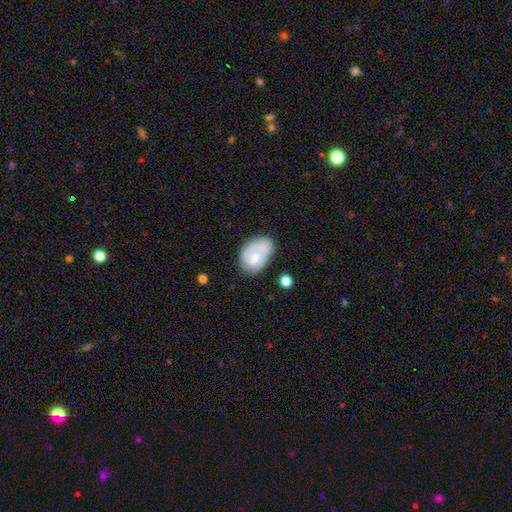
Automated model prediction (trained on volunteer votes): smooth 54%, featured or disk 40%, star or artifact 7%. Down the decision tree: how rounded — in between (84%); merging — none (46%).